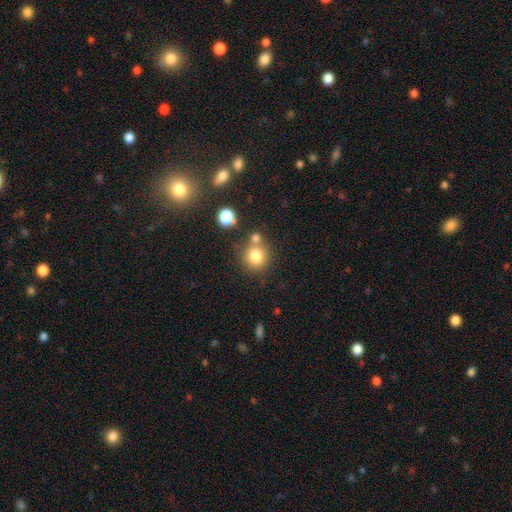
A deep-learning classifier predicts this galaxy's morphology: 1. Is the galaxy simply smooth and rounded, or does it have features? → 80% smooth, 12% star or artifact, 8% featured or disk.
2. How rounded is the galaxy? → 87% round, 12% in between, 1% cigar-shaped.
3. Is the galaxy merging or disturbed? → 63% none, 23% merger, 10% minor disturbance, 4% major disturbance.